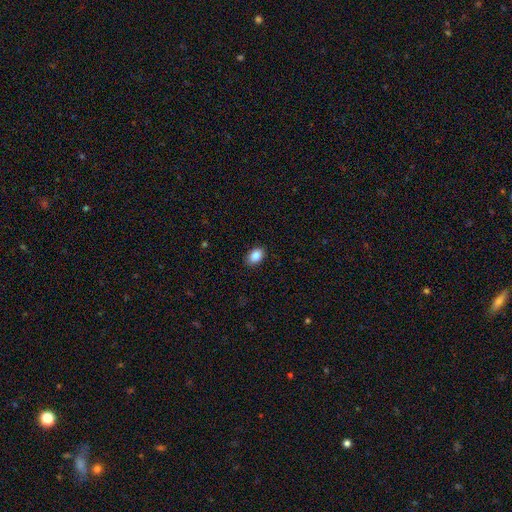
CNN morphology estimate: Smooth or featured?
  - smooth: 88% *
  - star or artifact: 8%
  - featured or disk: 4%
How rounded?
  - in between: 85% *
  - round: 14%
  - cigar-shaped: 1%
Merging?
  - none: 89% *
  - minor disturbance: 8%
  - major disturbance: 2%
  - merger: 1%